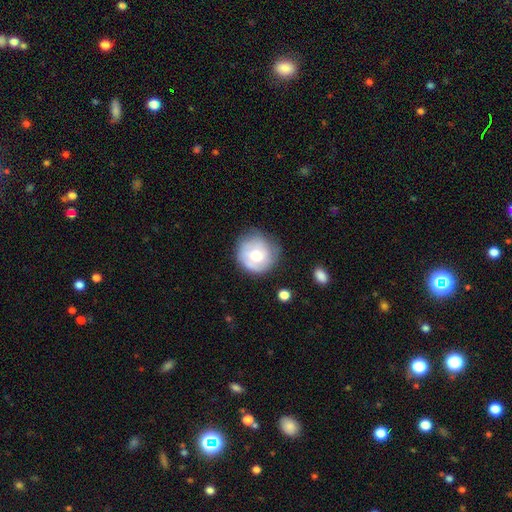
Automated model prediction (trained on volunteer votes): Smooth or featured?
  - smooth: 62% *
  - featured or disk: 31%
  - star or artifact: 7%
How rounded?
  - round: 89% *
  - in between: 10%
  - cigar-shaped: 1%
Merging?
  - none: 63% *
  - minor disturbance: 25%
  - major disturbance: 9%
  - merger: 2%